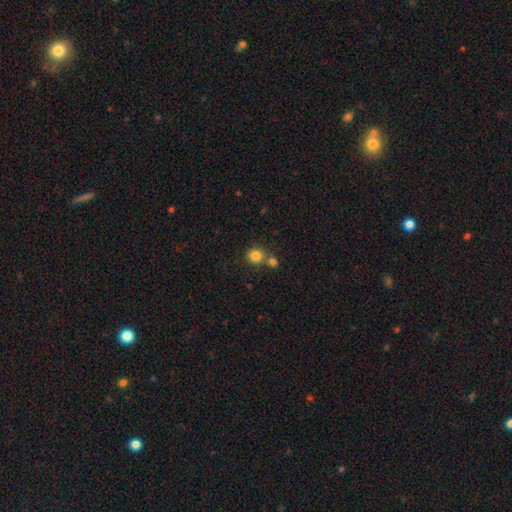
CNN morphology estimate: Smooth or featured? smooth (83%)
How rounded? round (88%)
Merging? none (60%)